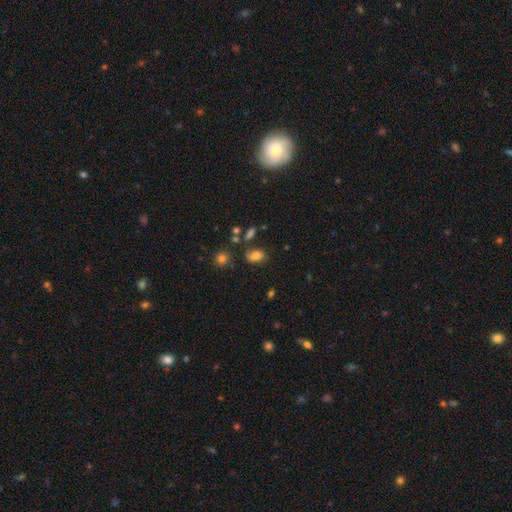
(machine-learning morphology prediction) This is clearly a smooth galaxy (81%). How rounded: clearly in between (84%). Merging: likely none (76%).